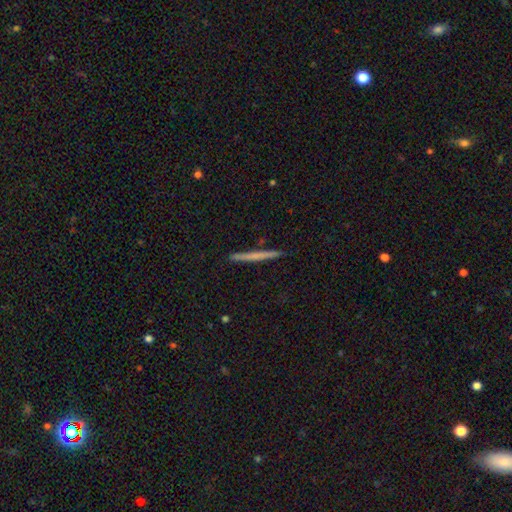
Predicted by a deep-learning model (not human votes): smooth_or_featured: smooth (p=0.52) [alt: featured or disk p=0.42]
how_rounded: cigar-shaped (p=0.97) [alt: in between p=0.02]
merging: none (p=0.91) [alt: minor disturbance p=0.06]